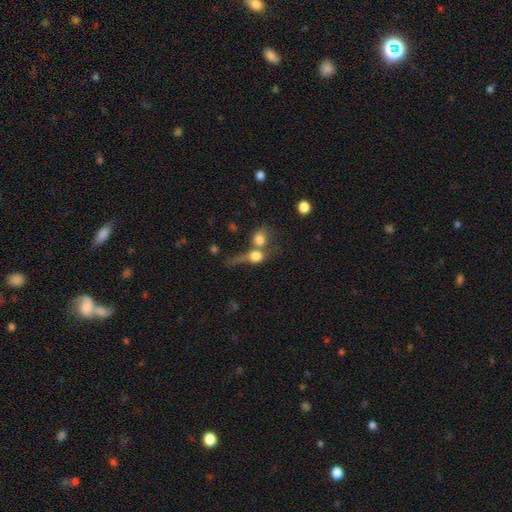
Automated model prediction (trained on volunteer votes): smooth 70%, featured or disk 18%, star or artifact 11%. Down the decision tree: how rounded — round (61%); merging — merger (63%).